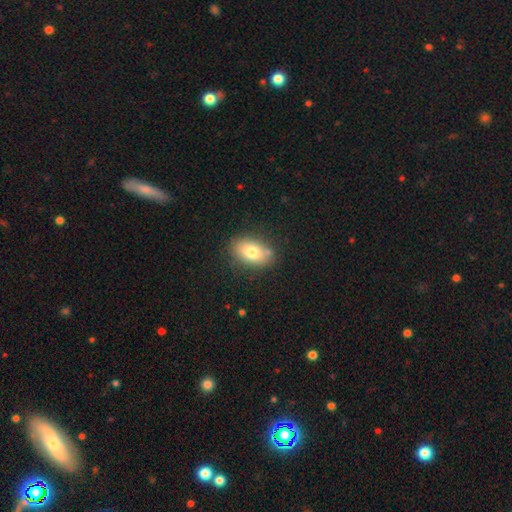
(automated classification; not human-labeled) Morphology: type=smooth (76%); roundness=in between (86%); merging=none (83%).